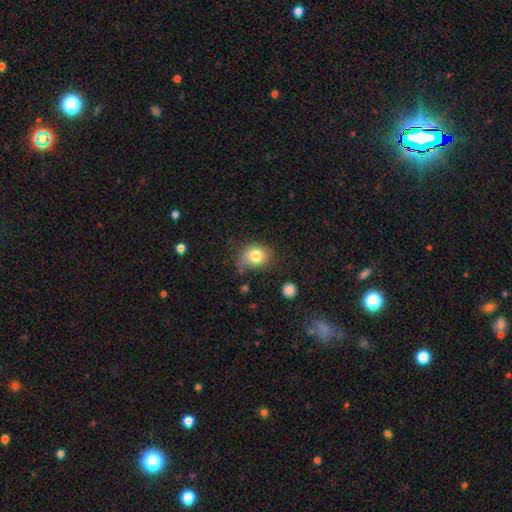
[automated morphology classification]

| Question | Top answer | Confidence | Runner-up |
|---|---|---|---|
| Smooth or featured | smooth | 80% | star or artifact (10%) |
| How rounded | round | 62% | in between (37%) |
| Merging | none | 55% | minor disturbance (30%) |